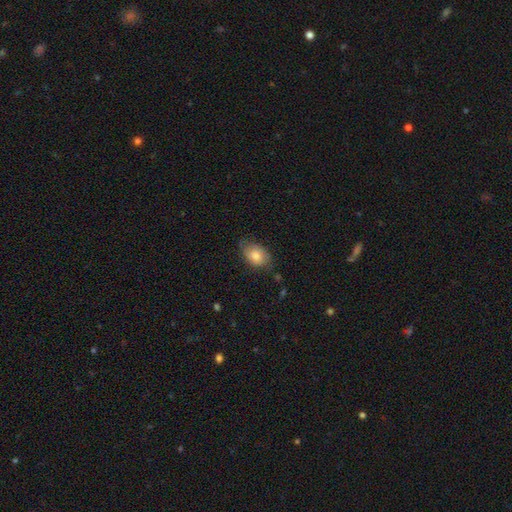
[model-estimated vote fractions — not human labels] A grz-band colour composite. It shows a smooth galaxy with no disk features (73%) that is in between round and cigar-shaped (85%). Merging: none (66%).